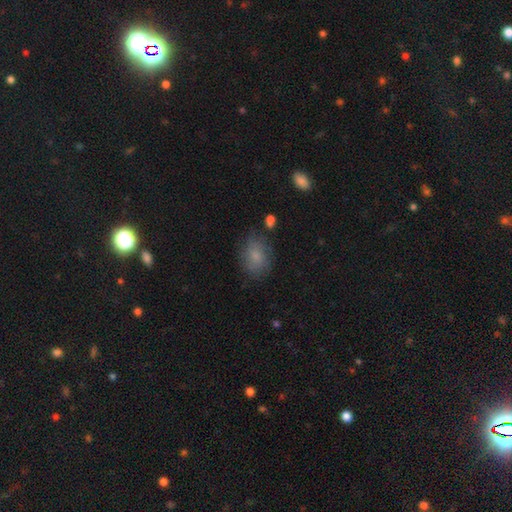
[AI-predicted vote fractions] Smooth or featured? Predicted: smooth (p=0.78). How rounded? Predicted: in between (p=0.70). Merging? Predicted: none (p=0.74).